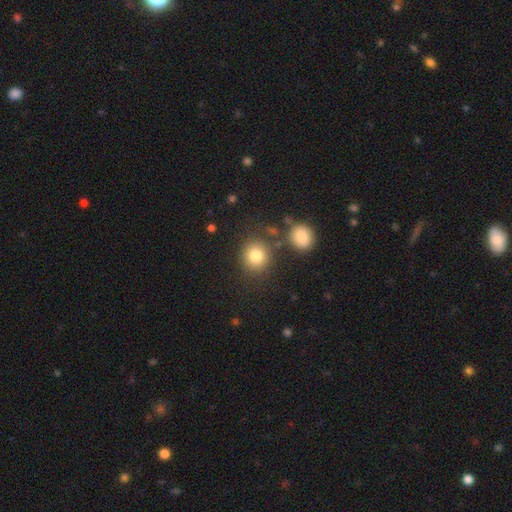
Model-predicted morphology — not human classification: A smooth galaxy with no disk features (82%) that is round (85%). Merging: none (80%).